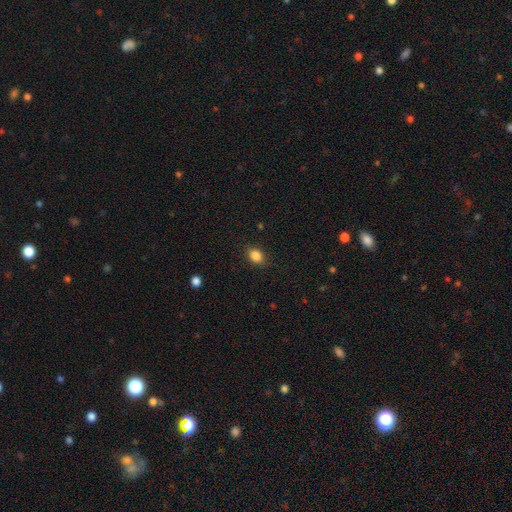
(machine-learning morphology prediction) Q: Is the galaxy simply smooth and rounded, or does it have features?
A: smooth — 86%.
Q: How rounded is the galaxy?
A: in between — 63%.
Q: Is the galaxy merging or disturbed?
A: none — 87%.